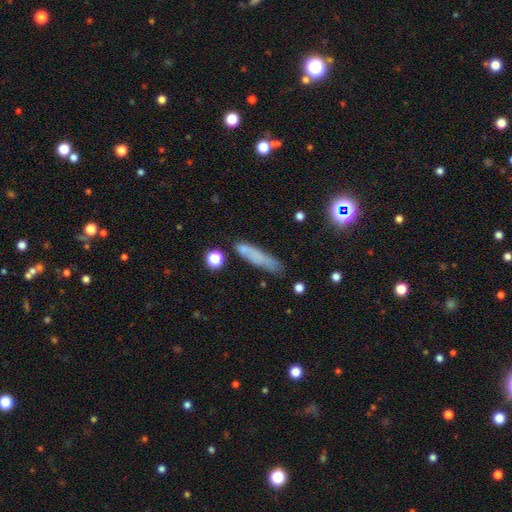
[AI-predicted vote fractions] This appears to be a smooth galaxy with no disk features (65%) that is cigar-shaped (84%). Merging: none (69%).